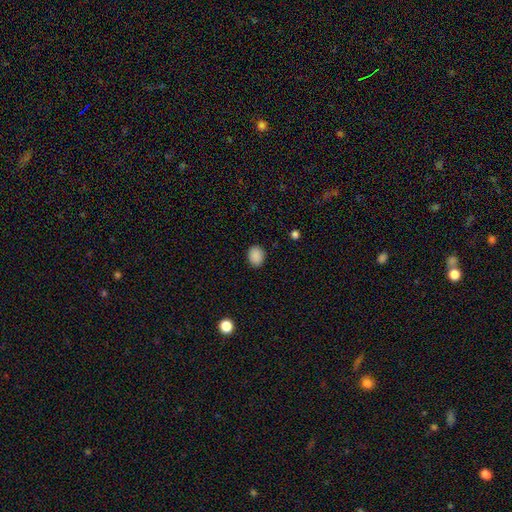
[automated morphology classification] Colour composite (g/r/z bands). It shows a smooth galaxy with no disk features (89%) that is in between round and cigar-shaped (53%). Merging: none (88%).